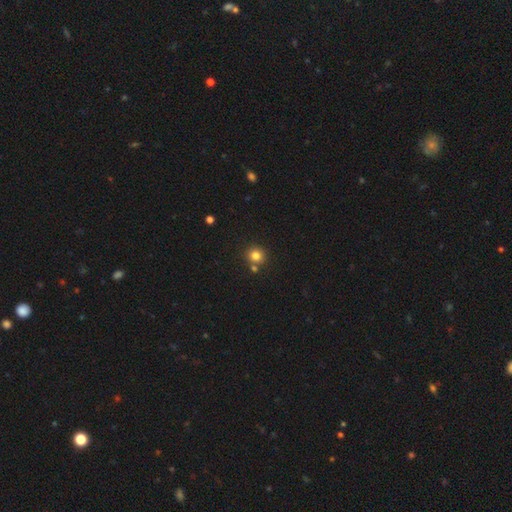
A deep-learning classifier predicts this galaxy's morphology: This is clearly a smooth galaxy (81%). How rounded: clearly round (90%). Merging: likely none (76%).